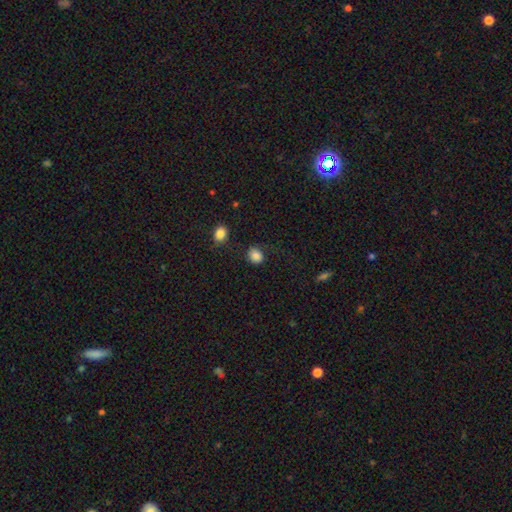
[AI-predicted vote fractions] smooth 84%, star or artifact 10%, featured or disk 5%. Down the decision tree: how rounded — round (65%); merging — none (75%).